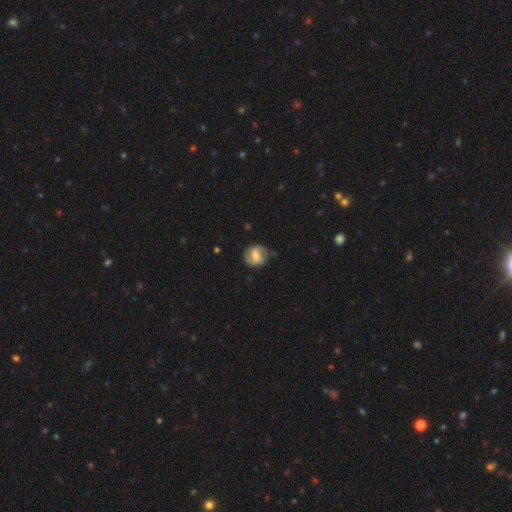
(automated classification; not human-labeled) smooth_or_featured: featured or disk (p=0.61) [alt: smooth p=0.32]
disk_edge_on: no (p=0.97) [alt: yes p=0.03]
bar: weak (p=0.50) [alt: strong p=0.28]
has_spiral_arms: yes (p=0.87) [alt: no p=0.13]
spiral_winding: medium (p=0.45) [alt: tight p=0.28]
spiral_arm_count: 2 (p=0.84) [alt: can't tell p=0.09]
bulge_size: moderate (p=0.51) [alt: small p=0.31]
merging: none (p=0.73) [alt: minor disturbance p=0.20]